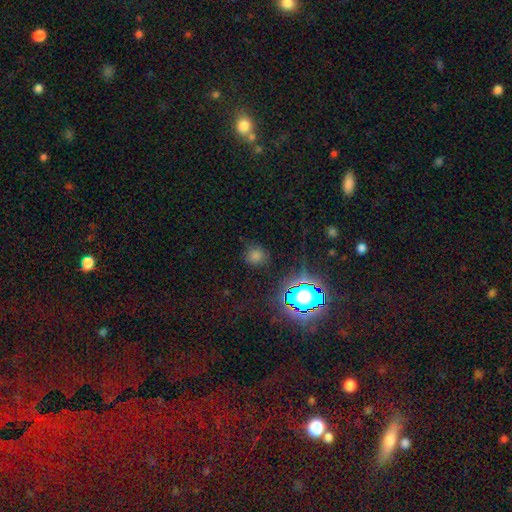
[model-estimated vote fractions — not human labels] Smooth or featured? Predicted: smooth (p=0.53). How rounded? Predicted: round (p=0.84). Merging? Predicted: none (p=0.84).